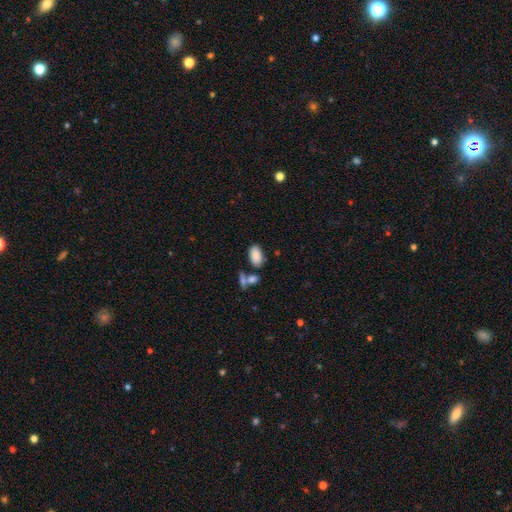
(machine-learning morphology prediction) Q: Smooth or featured?
A: smooth (87%); runner-up: star or artifact (7%)
Q: How rounded?
A: in between (94%); runner-up: round (4%)
Q: Merging?
A: none (69%); runner-up: merger (15%)